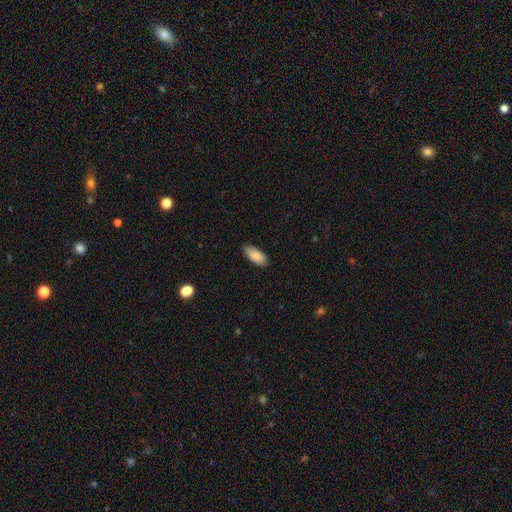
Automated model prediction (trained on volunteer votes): A smooth galaxy with no disk features (88%) that is in between round and cigar-shaped (87%). Merging: none (85%).